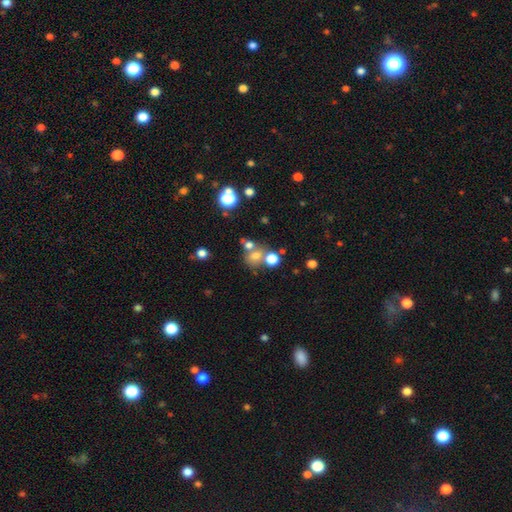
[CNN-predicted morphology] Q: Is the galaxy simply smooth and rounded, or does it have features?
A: smooth — 66%.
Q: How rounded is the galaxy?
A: round — 70%.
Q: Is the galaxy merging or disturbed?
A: none — 47%.